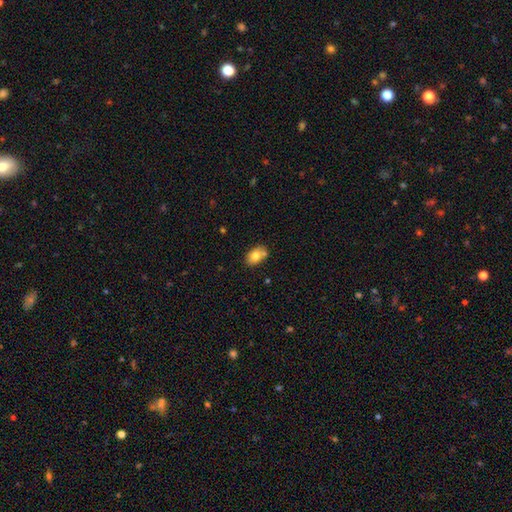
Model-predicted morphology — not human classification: smooth 80%, featured or disk 12%, star or artifact 8%. Down the decision tree: how rounded — in between (85%); merging — none (61%).